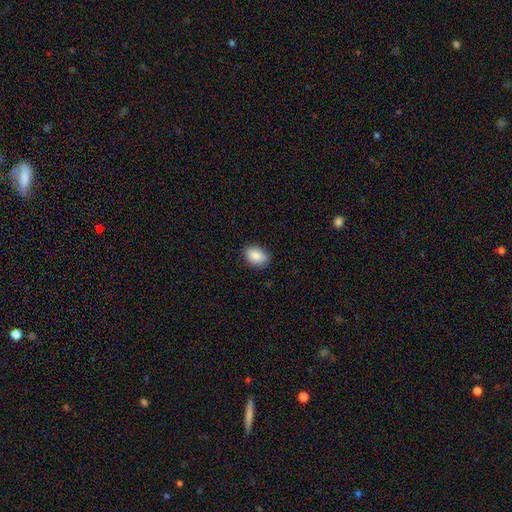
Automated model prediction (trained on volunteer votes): Smooth or featured? Predicted: smooth (p=0.88). How rounded? Predicted: in between (p=0.84). Merging? Predicted: none (p=0.85).